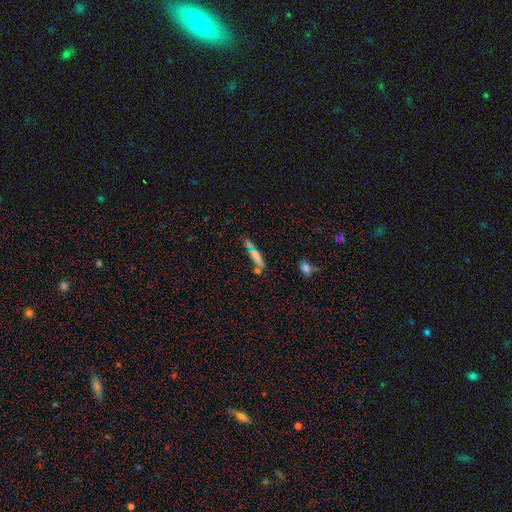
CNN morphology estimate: smooth-or-featured: smooth: 70% | featured or disk: 18% | star or artifact: 12%
  how-rounded: cigar-shaped: 80% | in between: 18% | round: 3%
  merging: none: 60% | merger: 18% | minor disturbance: 17% | major disturbance: 6%